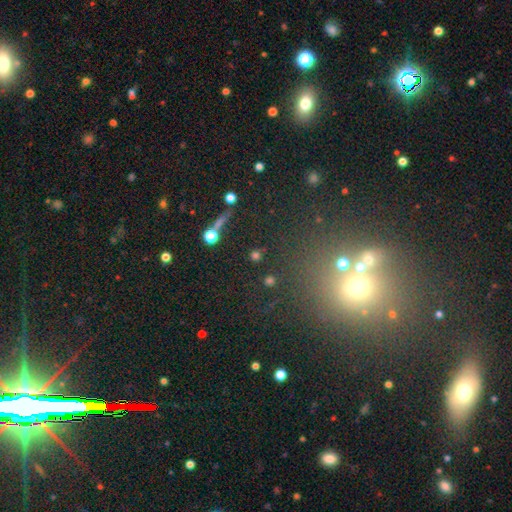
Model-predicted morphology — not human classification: The model was most divided on "smooth or featured": smooth: 42%, star or artifact: 41%, featured or disk: 18%. More confident: merging — none (73%).